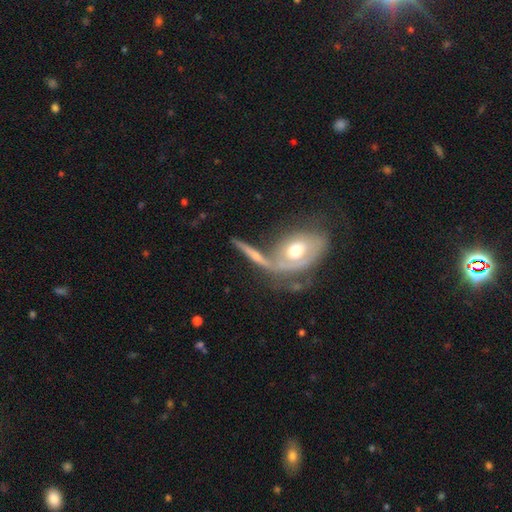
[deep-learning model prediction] Smooth or featured: featured or disk — 64% (smooth — 28%)
Edge-on disk: yes — 63% (no — 37%)
Merging: none — 43% (merger — 34%)